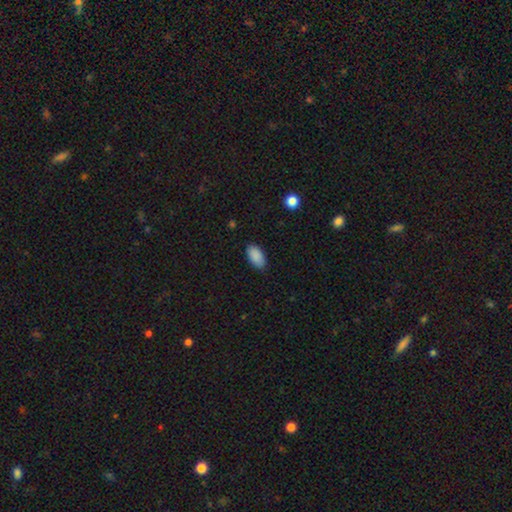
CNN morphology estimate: The model was most divided on "merging": none: 86%, minor disturbance: 11%, major disturbance: 2%, merger: 1%. More confident: how rounded — in between (95%); smooth or featured — smooth (90%).